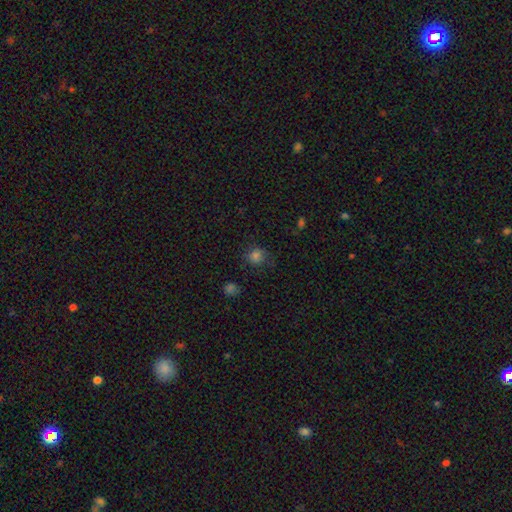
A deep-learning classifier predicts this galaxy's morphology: Smooth or featured: smooth — 78% (star or artifact — 16%)
How rounded: round — 78% (in between — 21%)
Merging: none — 73% (minor disturbance — 19%)